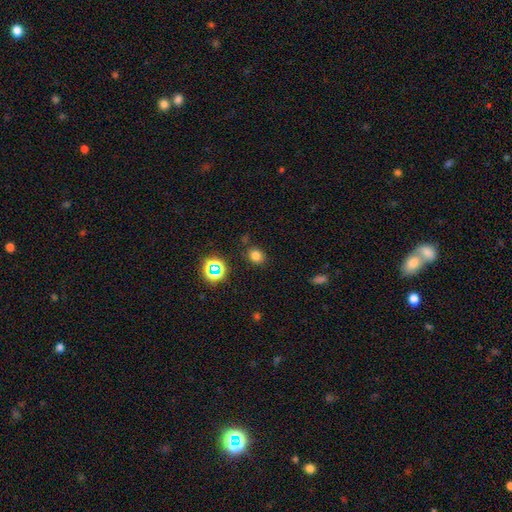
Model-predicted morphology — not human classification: smooth_or_featured: smooth (p=0.74) [alt: star or artifact p=0.19]
how_rounded: round (p=0.61) [alt: in between p=0.38]
merging: none (p=0.82) [alt: minor disturbance p=0.11]